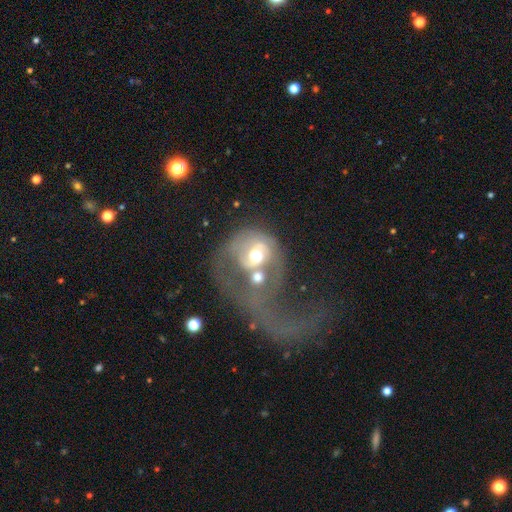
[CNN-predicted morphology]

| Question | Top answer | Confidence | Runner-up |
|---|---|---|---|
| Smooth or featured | featured or disk | 64% | smooth (27%) |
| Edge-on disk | no | 96% | yes (4%) |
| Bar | no | 65% | weak (27%) |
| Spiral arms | yes | 62% | no (38%) |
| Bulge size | moderate | 69% | large (15%) |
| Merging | merger | 58% | major disturbance (24%) |